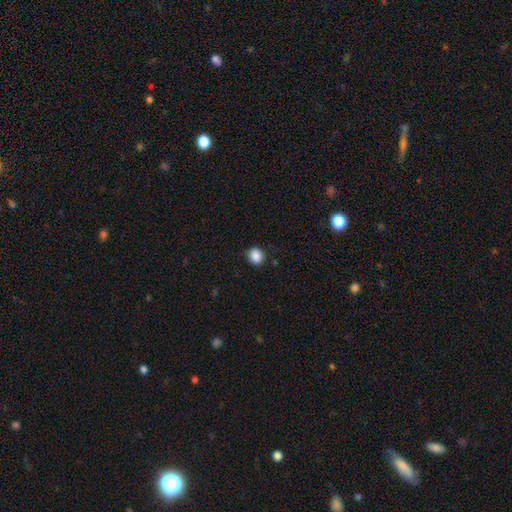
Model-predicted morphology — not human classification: Q: Smooth or featured?
A: smooth (88%); runner-up: star or artifact (9%)
Q: How rounded?
A: round (71%); runner-up: in between (28%)
Q: Merging?
A: none (88%); runner-up: minor disturbance (9%)